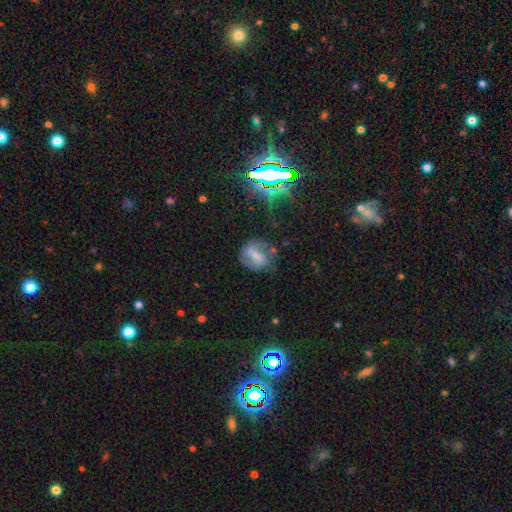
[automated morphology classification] type=featured or disk (43%); merging=none (49%).